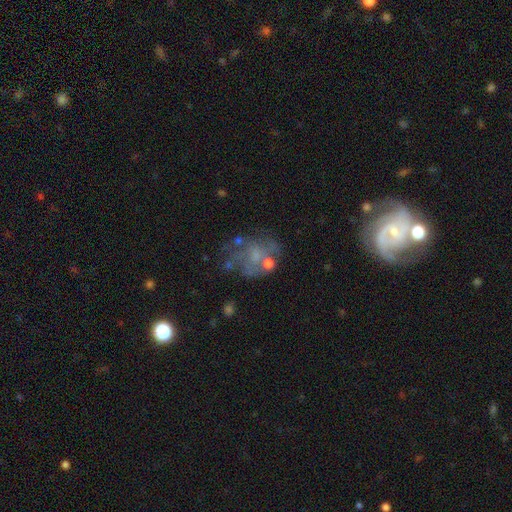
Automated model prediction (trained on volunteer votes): Smooth or featured?
  - featured or disk: 57% *
  - smooth: 27%
  - star or artifact: 16%
Edge-on disk?
  - no: 98% *
  - yes: 2%
Bar?
  - no: 83% *
  - weak: 14%
  - strong: 3%
Spiral arms?
  - no: 69% *
  - yes: 31%
Bulge size?
  - none: 39% *
  - small: 32%
  - moderate: 24%
  - large: 3%
  - dominant: 1%
Merging?
  - none: 44% *
  - major disturbance: 26%
  - minor disturbance: 20%
  - merger: 11%